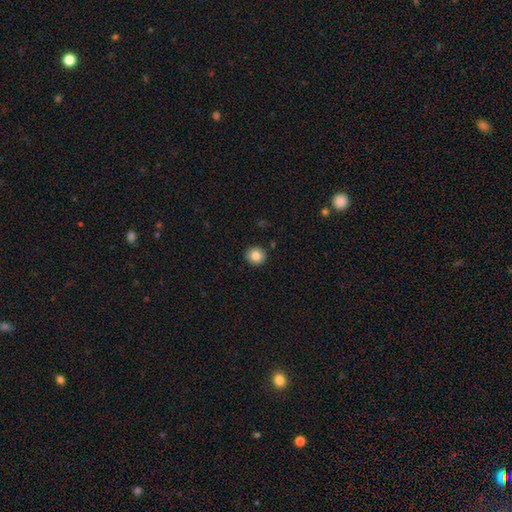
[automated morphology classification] smooth-or-featured: smooth: 84% | star or artifact: 9% | featured or disk: 7%
  how-rounded: round: 88% | in between: 11% | cigar-shaped: 1%
  merging: none: 91% | minor disturbance: 6% | major disturbance: 2% | merger: 1%